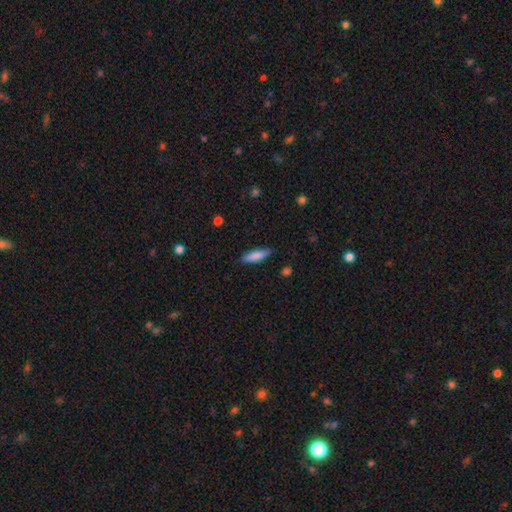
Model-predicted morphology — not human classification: type=smooth (82%); roundness=cigar-shaped (65%); merging=none (85%).